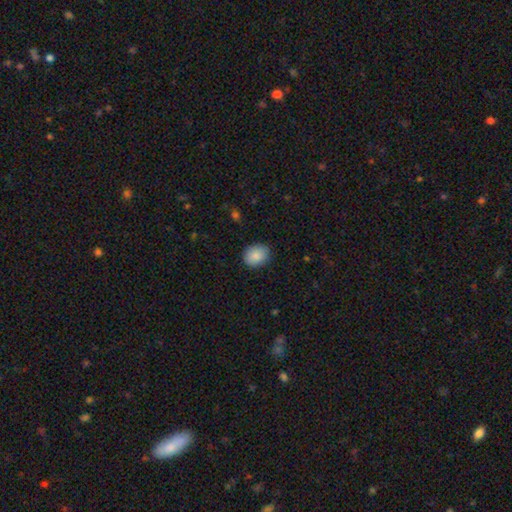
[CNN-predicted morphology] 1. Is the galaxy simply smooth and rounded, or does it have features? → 88% smooth, 8% star or artifact, 5% featured or disk.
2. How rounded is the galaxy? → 56% round, 44% in between, 1% cigar-shaped.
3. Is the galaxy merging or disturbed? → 86% none, 11% minor disturbance, 2% major disturbance, 1% merger.